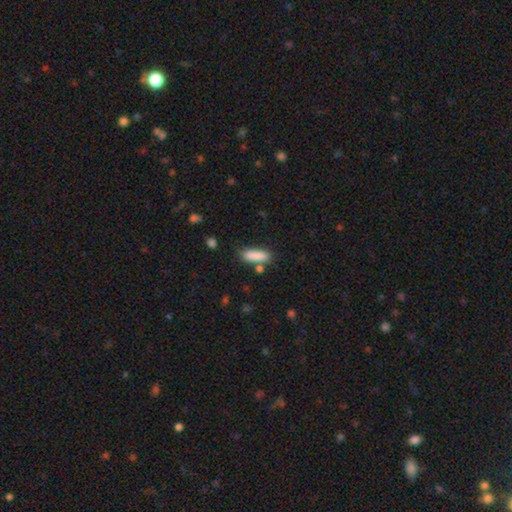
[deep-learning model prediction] smooth-or-featured: smooth: 88% | star or artifact: 7% | featured or disk: 5%
  how-rounded: in between: 52% | cigar-shaped: 46% | round: 2%
  merging: none: 77% | minor disturbance: 13% | merger: 7% | major disturbance: 3%